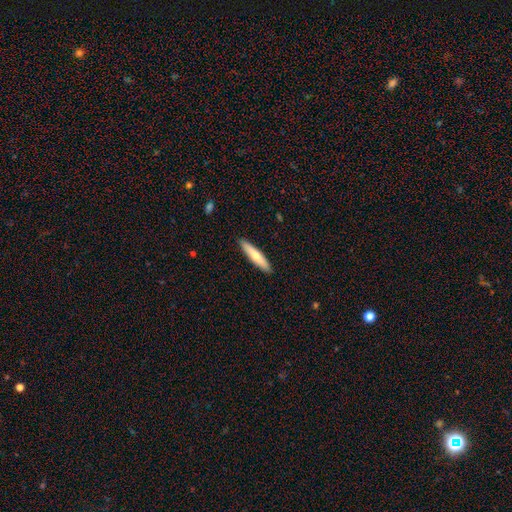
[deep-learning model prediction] This is possibly a smooth galaxy (60%). How rounded: clearly cigar-shaped (85%). Merging: clearly none (91%).